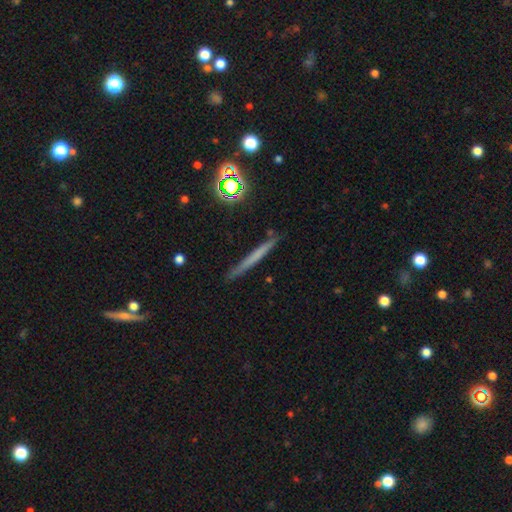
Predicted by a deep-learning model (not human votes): smooth-or-featured: smooth: 53% | featured or disk: 36% | star or artifact: 11%
  how-rounded: cigar-shaped: 95% | round: 3% | in between: 2%
  merging: none: 86% | minor disturbance: 10% | major disturbance: 2% | merger: 2%